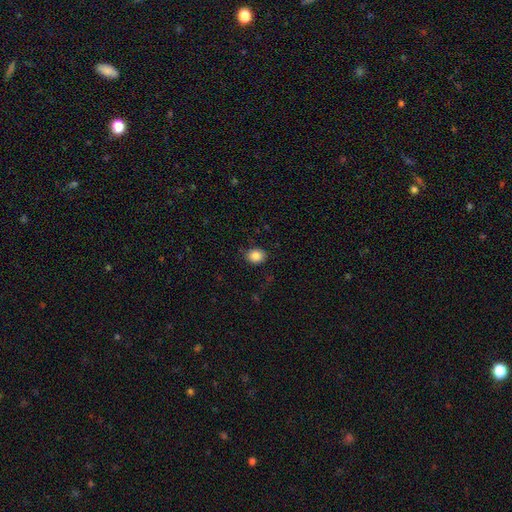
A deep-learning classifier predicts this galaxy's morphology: Smooth or featured?
  - smooth: 87% *
  - star or artifact: 9%
  - featured or disk: 4%
How rounded?
  - round: 55% *
  - in between: 44%
  - cigar-shaped: 1%
Merging?
  - none: 85% *
  - minor disturbance: 11%
  - major disturbance: 3%
  - merger: 1%